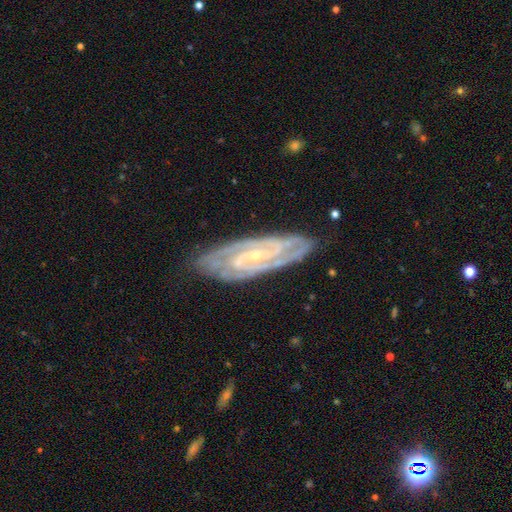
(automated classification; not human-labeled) Smooth or featured? featured or disk (89%)
Edge-on disk? no (90%)
Bar? weak (41%)
Spiral arms? yes (98%)
Spiral winding? tight (67%)
Spiral arm count? 2 (43%)
Bulge size? small (79%)
Merging? none (81%)